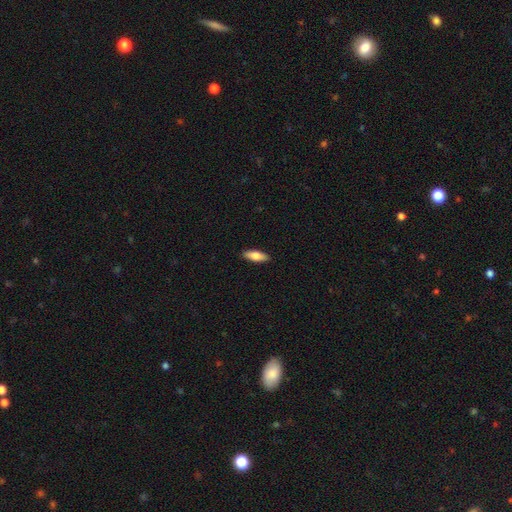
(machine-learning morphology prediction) Smooth or featured? smooth (74%)
How rounded? in between (65%)
Merging? none (90%)